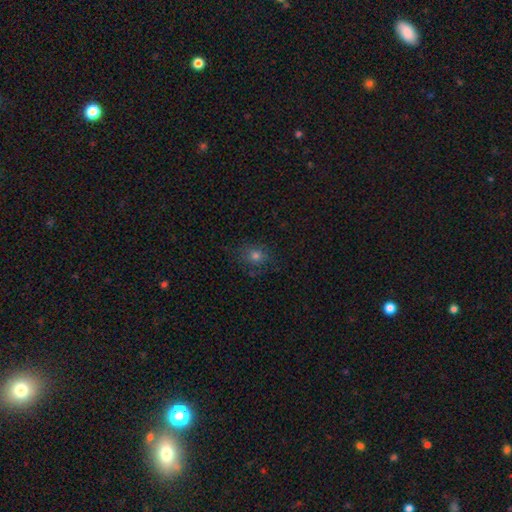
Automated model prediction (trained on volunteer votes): Q: Smooth or featured?
A: smooth (69%); runner-up: star or artifact (20%)
Q: How rounded?
A: round (72%); runner-up: in between (27%)
Q: Merging?
A: none (78%); runner-up: minor disturbance (15%)